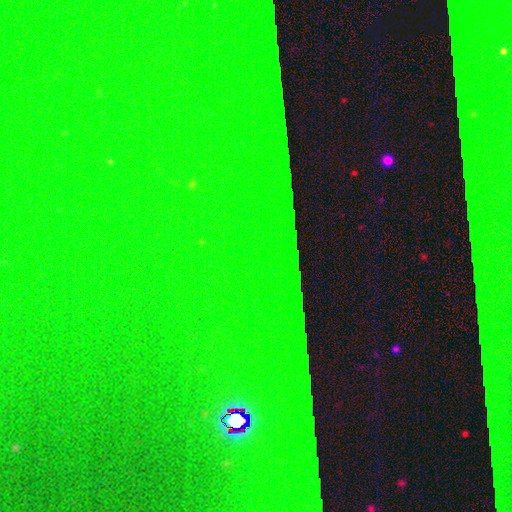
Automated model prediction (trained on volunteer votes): Morphology: type=star or artifact (87%).